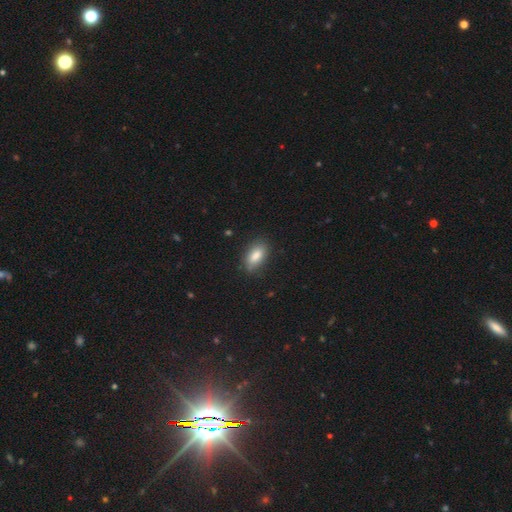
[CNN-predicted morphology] A smooth galaxy with no disk features (84%) that is in between round and cigar-shaped (89%).

Vote fractions:
- Smooth or featured? smooth: 84% / featured or disk: 8% / star or artifact: 8%
- How rounded? in between: 89% / cigar-shaped: 6% / round: 5%
- Merging? none: 80% / minor disturbance: 16% / major disturbance: 3% / merger: 1%